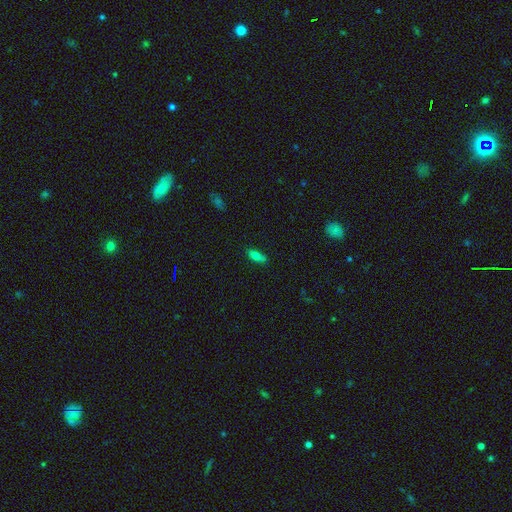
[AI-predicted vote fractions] smooth-or-featured: smooth: 74% | featured or disk: 15% | star or artifact: 11%
  how-rounded: in between: 70% | cigar-shaped: 27% | round: 3%
  merging: none: 73% | minor disturbance: 18% | merger: 5% | major disturbance: 4%